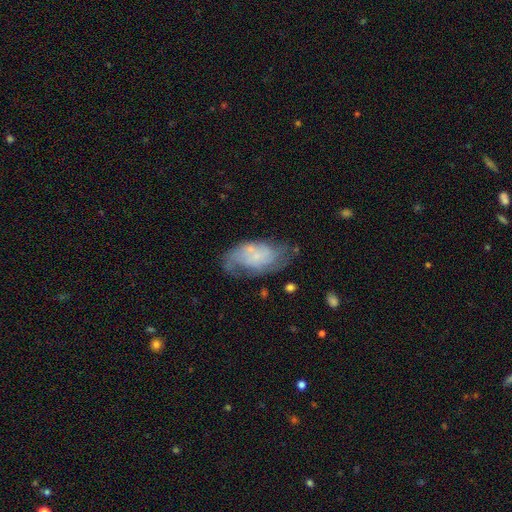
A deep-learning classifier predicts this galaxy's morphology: A featured or disk galaxy (63%) with no bar (73%), spiral arms (82%) and a small central bulge (49%). Merging: none (48%).